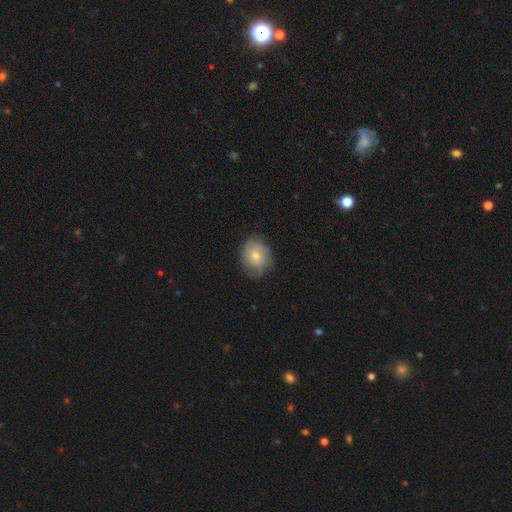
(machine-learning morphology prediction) smooth 70%, featured or disk 22%, star or artifact 8%. Down the decision tree: how rounded — round (65%); merging — none (68%).